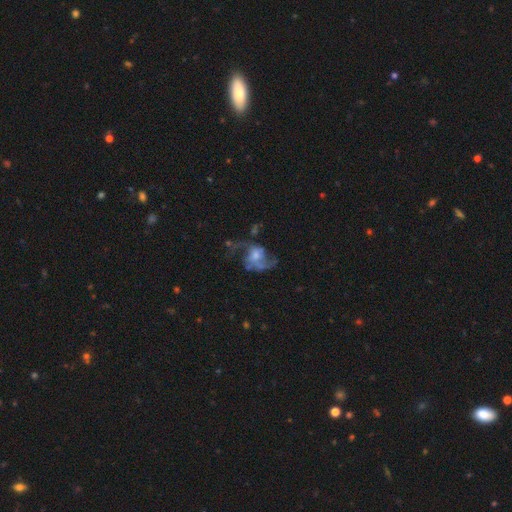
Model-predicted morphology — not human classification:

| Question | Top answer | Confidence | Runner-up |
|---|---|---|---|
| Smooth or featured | featured or disk | 80% | smooth (12%) |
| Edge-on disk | no | 98% | yes (2%) |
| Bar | no | 61% | weak (32%) |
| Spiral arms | yes | 90% | no (10%) |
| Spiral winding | loose | 65% | medium (30%) |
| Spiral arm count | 2 | 83% | 1 (5%) |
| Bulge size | moderate | 44% | small (36%) |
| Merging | none | 48% | major disturbance (30%) |